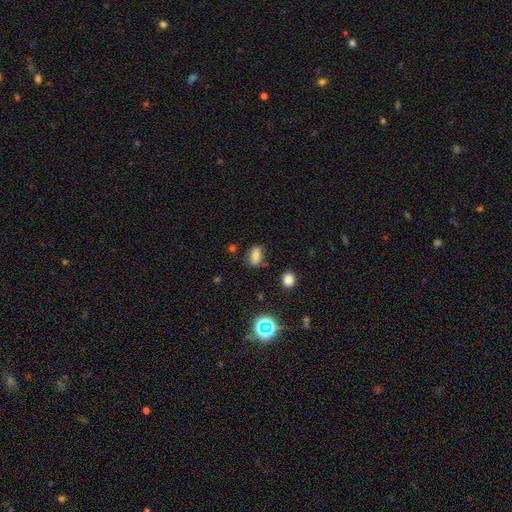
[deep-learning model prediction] smooth-or-featured: smooth: 76% | star or artifact: 14% | featured or disk: 9%
  how-rounded: in between: 82% | round: 10% | cigar-shaped: 8%
  merging: none: 76% | minor disturbance: 16% | major disturbance: 4% | merger: 3%